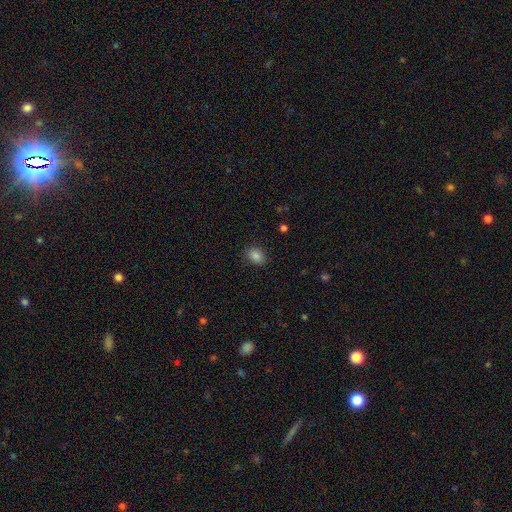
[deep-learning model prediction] Q: Smooth or featured?
A: smooth (85%); runner-up: star or artifact (10%)
Q: How rounded?
A: in between (65%); runner-up: round (34%)
Q: Merging?
A: none (87%); runner-up: minor disturbance (9%)